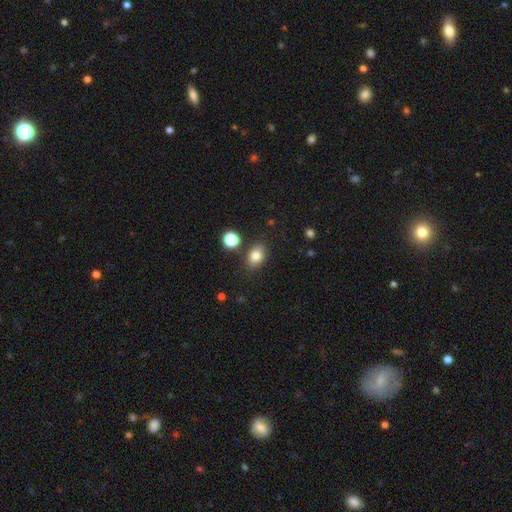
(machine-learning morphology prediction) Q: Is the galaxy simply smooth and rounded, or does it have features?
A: smooth — 80%.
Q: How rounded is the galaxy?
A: in between — 74%.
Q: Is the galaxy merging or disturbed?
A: none — 82%.